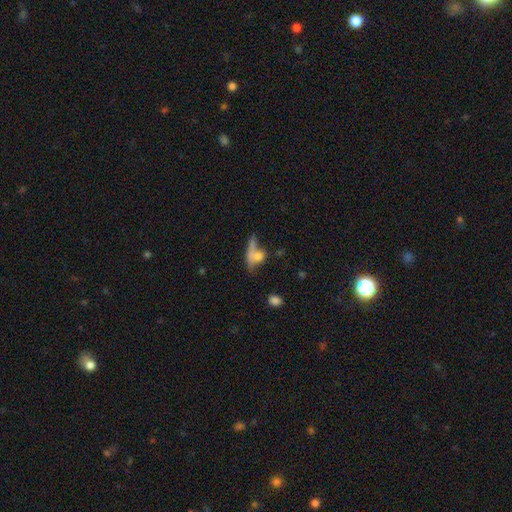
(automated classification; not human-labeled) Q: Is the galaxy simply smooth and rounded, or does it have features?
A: smooth — 62%.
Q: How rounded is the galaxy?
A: in between — 49%.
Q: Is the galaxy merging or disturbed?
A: merger — 35%.